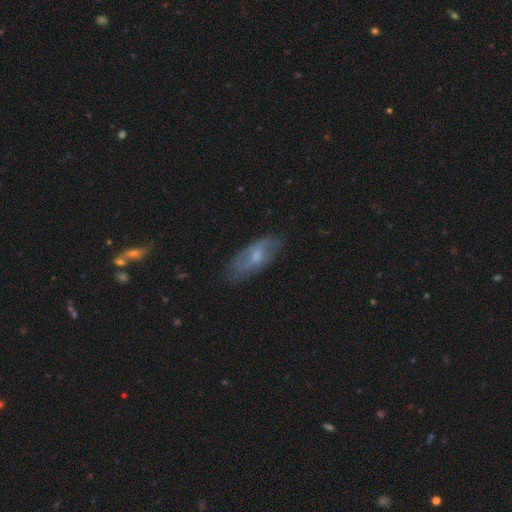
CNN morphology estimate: Q: Smooth or featured?
A: featured or disk (49%); runner-up: smooth (44%)
Q: Merging?
A: none (69%); runner-up: minor disturbance (22%)